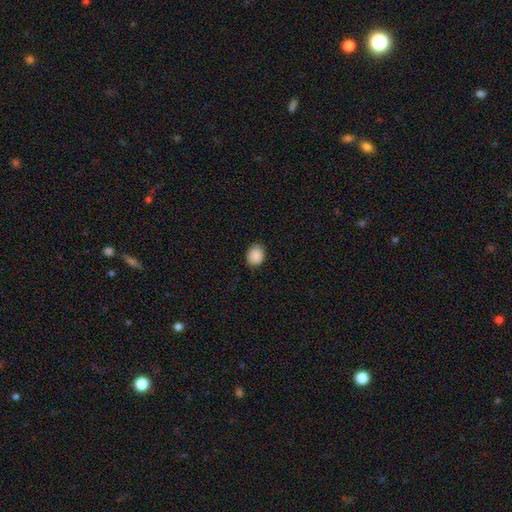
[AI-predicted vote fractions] Morphology: type=smooth (90%); roundness=round (55%); merging=none (87%).